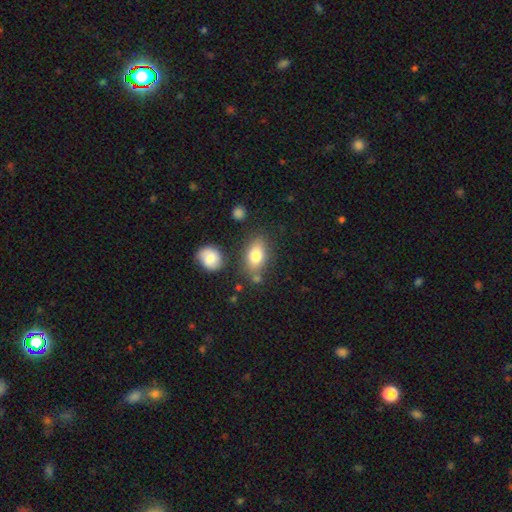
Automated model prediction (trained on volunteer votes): Overall: smooth (79%). How rounded: in between (84%). Merging: none (72%).